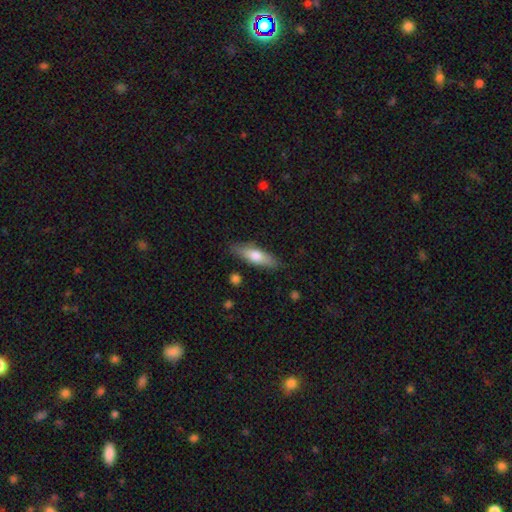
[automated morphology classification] This appears to be a smooth galaxy with no disk features (65%) that is cigar-shaped (56%). Merging: none (84%).